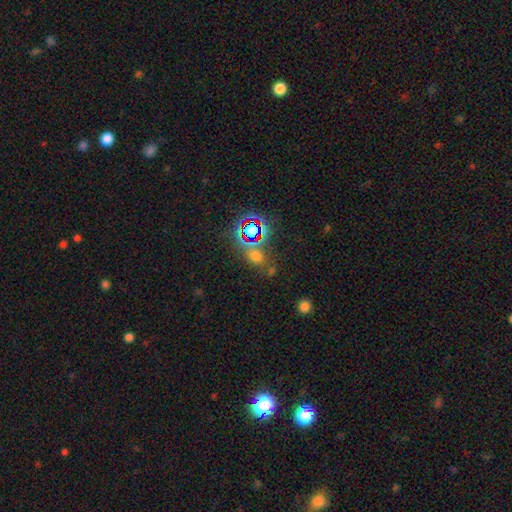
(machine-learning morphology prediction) Smooth or featured?
  - smooth: 47% *
  - star or artifact: 44%
  - featured or disk: 10%
Merging?
  - none: 66% *
  - minor disturbance: 14%
  - merger: 13%
  - major disturbance: 7%